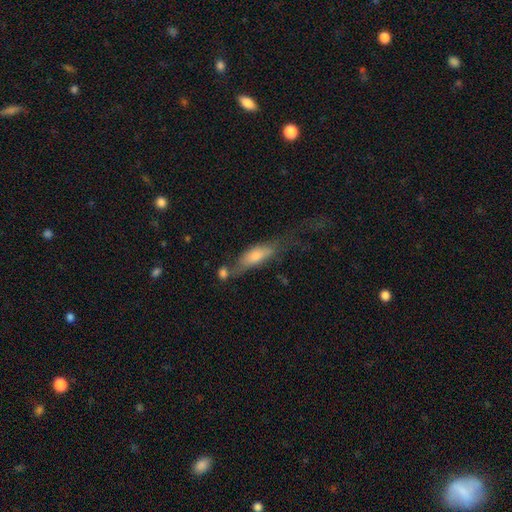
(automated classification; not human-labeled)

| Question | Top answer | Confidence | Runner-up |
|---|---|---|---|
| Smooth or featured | smooth | 59% | featured or disk (32%) |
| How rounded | cigar-shaped | 49% | in between (48%) |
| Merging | none | 35% | major disturbance (24%) |